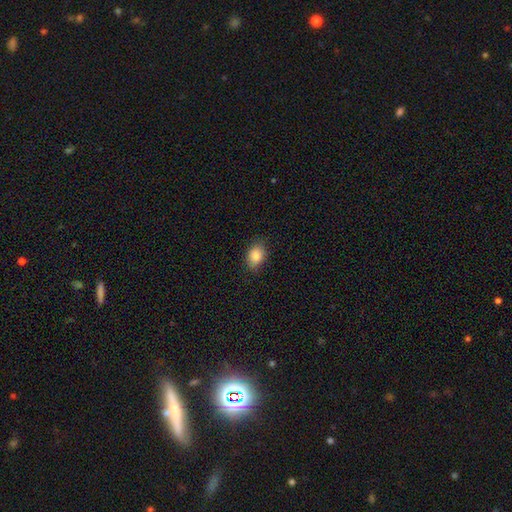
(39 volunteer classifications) Smooth or featured? smooth (85%)
How rounded? in between (85%)
Merging? none (97%)